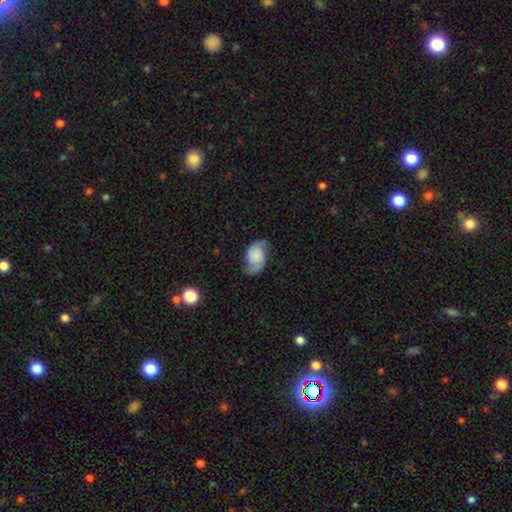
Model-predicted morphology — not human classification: Smooth or featured? featured or disk (67%)
Edge-on disk? no (97%)
Bar? no (71%)
Spiral arms? yes (94%)
Spiral winding? medium (43%)
Spiral arm count? 2 (90%)
Bulge size? none (42%)
Merging? none (67%)